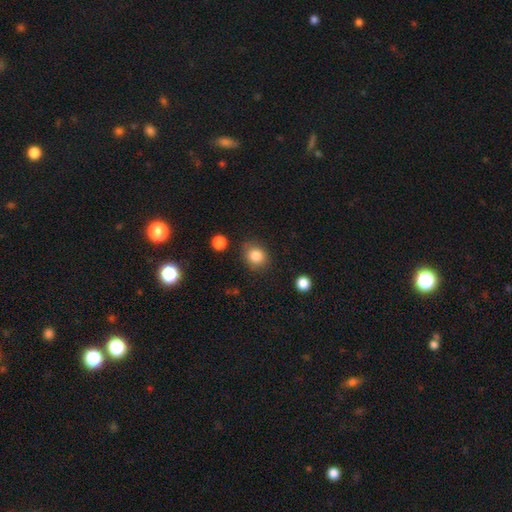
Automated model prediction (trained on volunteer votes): smooth_or_featured: smooth (p=0.84) [alt: star or artifact p=0.10]
how_rounded: round (p=0.74) [alt: in between p=0.25]
merging: none (p=0.81) [alt: minor disturbance p=0.13]